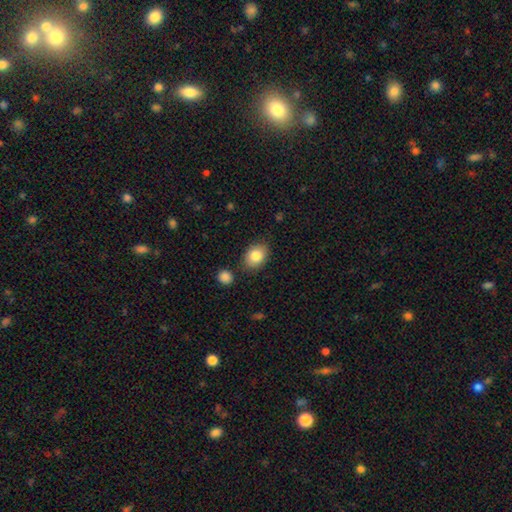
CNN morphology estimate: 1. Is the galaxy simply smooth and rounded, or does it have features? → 83% smooth, 9% featured or disk, 8% star or artifact.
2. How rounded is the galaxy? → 65% in between, 34% round, 1% cigar-shaped.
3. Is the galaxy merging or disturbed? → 83% none, 11% minor disturbance, 3% merger, 3% major disturbance.